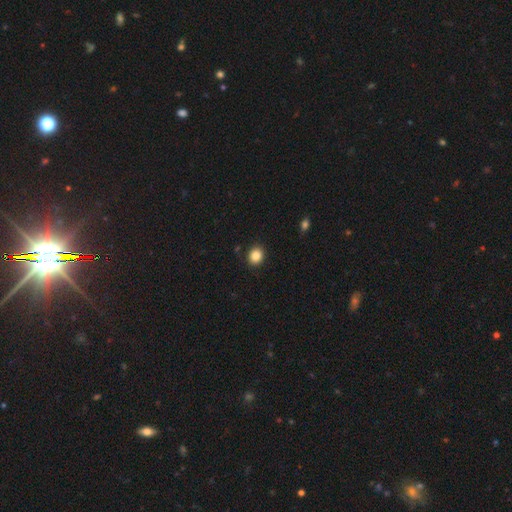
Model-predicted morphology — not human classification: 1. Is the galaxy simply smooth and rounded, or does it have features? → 85% smooth, 10% star or artifact, 5% featured or disk.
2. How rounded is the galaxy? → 70% round, 29% in between, 1% cigar-shaped.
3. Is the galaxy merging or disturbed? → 89% none, 7% minor disturbance, 2% major disturbance, 1% merger.